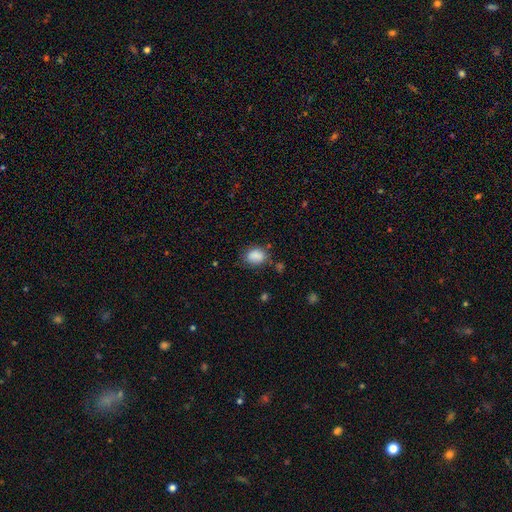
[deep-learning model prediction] smooth-or-featured: smooth: 85% | star or artifact: 9% | featured or disk: 6%
  how-rounded: in between: 66% | round: 33% | cigar-shaped: 1%
  merging: none: 65% | minor disturbance: 24% | major disturbance: 7% | merger: 5%